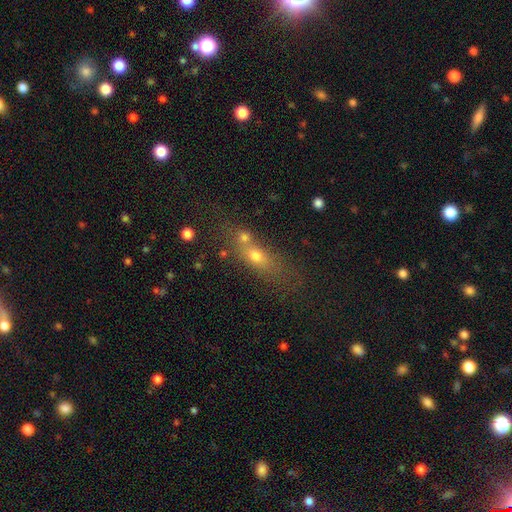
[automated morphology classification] Smooth or featured?
  - smooth: 61% *
  - featured or disk: 23%
  - star or artifact: 16%
How rounded?
  - in between: 49% *
  - cigar-shaped: 30%
  - round: 21%
Merging?
  - none: 41% *
  - merger: 39%
  - minor disturbance: 12%
  - major disturbance: 8%